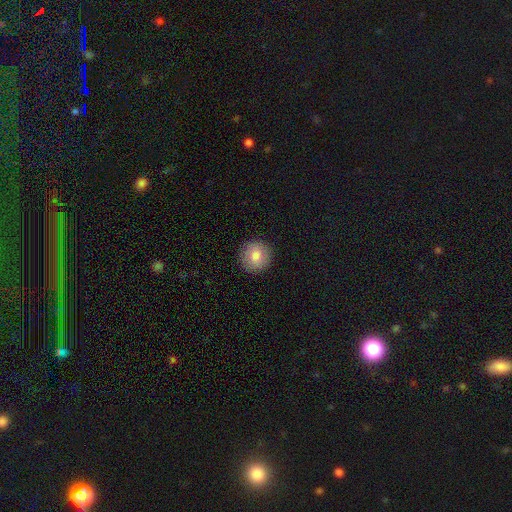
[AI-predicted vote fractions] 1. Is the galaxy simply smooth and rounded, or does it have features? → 82% smooth, 10% featured or disk, 8% star or artifact.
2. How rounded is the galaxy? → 94% round, 5% in between, 1% cigar-shaped.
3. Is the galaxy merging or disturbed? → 91% none, 7% minor disturbance, 2% major disturbance, 1% merger.